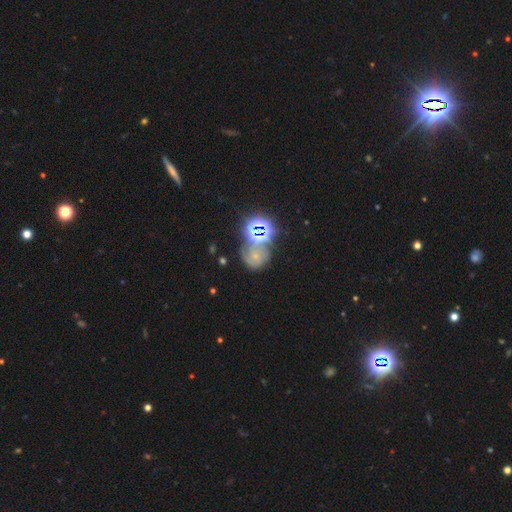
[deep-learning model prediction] smooth-or-featured: featured or disk: 46% | star or artifact: 29% | smooth: 25%
  merging: none: 48% | minor disturbance: 19% | merger: 18% | major disturbance: 14%